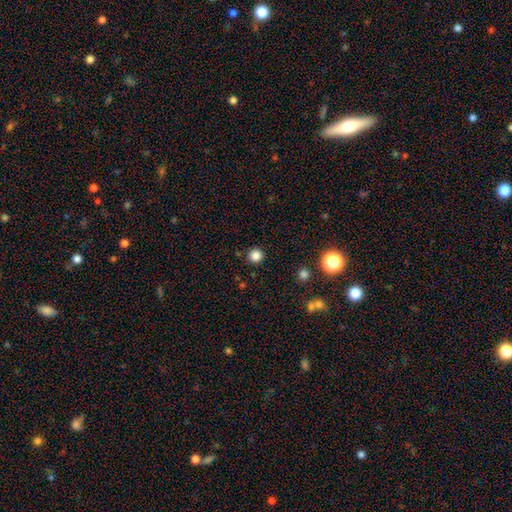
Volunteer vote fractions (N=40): This appears to be a smooth galaxy with no disk features (92%) that is round (92%). Merging: none (97%).